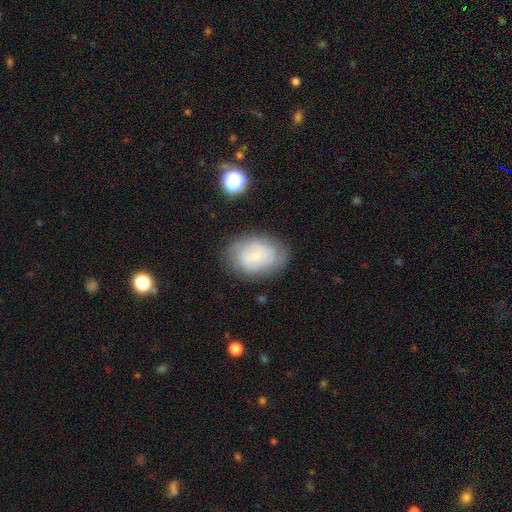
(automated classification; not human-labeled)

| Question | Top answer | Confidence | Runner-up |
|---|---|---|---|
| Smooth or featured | smooth | 47% | featured or disk (43%) |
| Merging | none | 73% | minor disturbance (18%) |